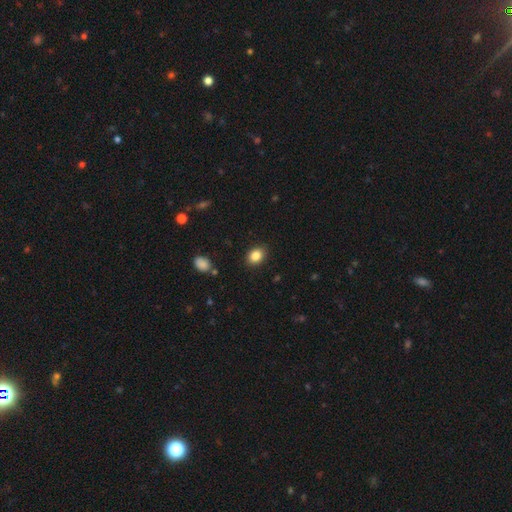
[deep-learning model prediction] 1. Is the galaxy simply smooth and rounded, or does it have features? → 86% smooth, 9% star or artifact, 5% featured or disk.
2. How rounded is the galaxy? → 63% in between, 36% round, 1% cigar-shaped.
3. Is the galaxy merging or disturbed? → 88% none, 8% minor disturbance, 2% major disturbance, 1% merger.